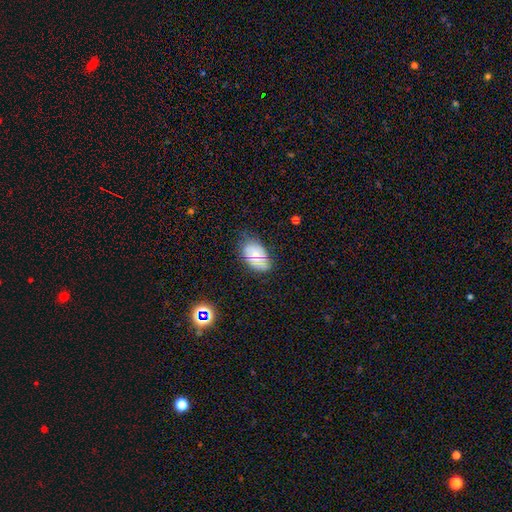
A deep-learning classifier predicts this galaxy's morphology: type=smooth (53%); roundness=in between (87%); merging=none (65%).